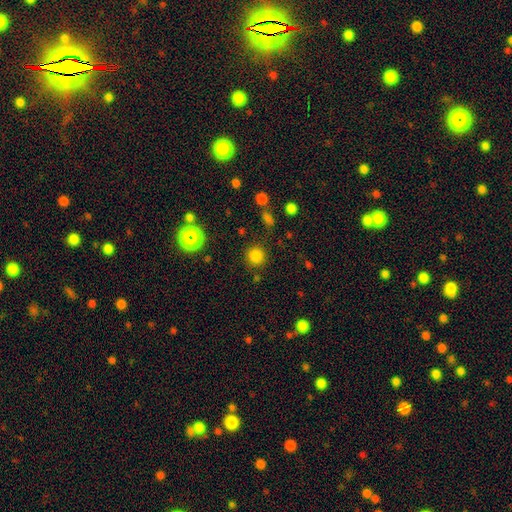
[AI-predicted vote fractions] This is clearly a smooth galaxy (80%). How rounded: clearly round (93%). Merging: clearly none (86%).